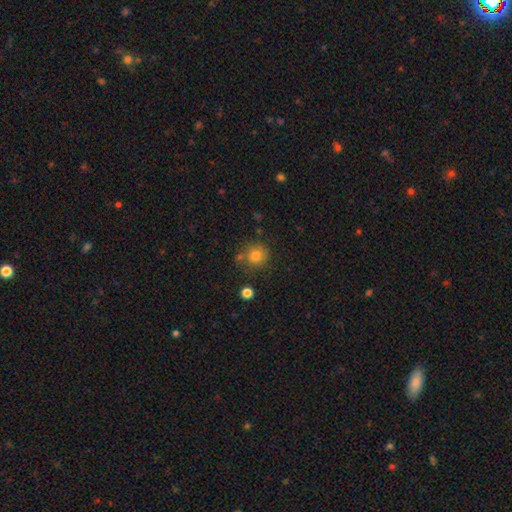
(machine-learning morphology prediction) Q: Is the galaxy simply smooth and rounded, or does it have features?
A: smooth — 80%.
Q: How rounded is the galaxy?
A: round — 91%.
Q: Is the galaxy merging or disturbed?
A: none — 76%.